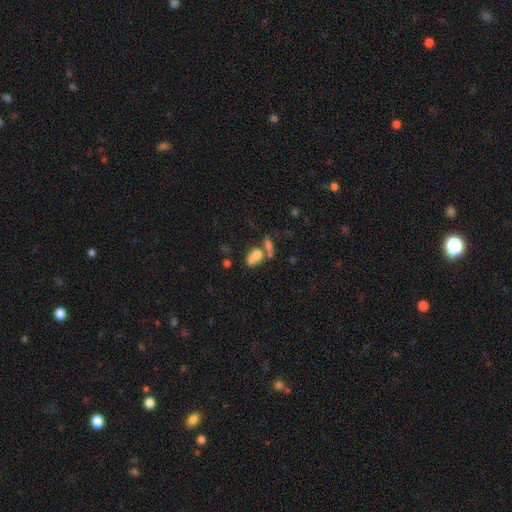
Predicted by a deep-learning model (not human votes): smooth_or_featured: smooth (p=0.63) [alt: featured or disk p=0.23]
how_rounded: in between (p=0.71) [alt: round p=0.25]
merging: merger (p=0.62) [alt: none p=0.22]